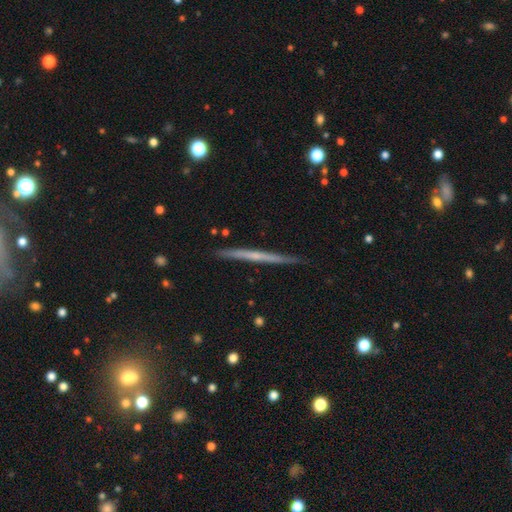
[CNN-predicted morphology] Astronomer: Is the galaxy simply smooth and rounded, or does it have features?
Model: featured or disk — 63%.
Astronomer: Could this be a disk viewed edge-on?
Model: yes — 98%.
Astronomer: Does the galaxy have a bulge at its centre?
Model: none — 72%.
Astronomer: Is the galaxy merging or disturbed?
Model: none — 89%.